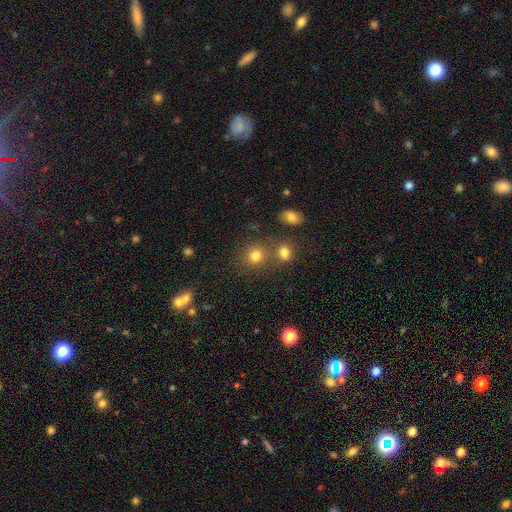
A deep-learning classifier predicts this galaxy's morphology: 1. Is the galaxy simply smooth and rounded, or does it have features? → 79% smooth, 14% star or artifact, 7% featured or disk.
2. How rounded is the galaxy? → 81% round, 18% in between, 1% cigar-shaped.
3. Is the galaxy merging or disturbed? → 67% none, 19% merger, 10% minor disturbance, 4% major disturbance.